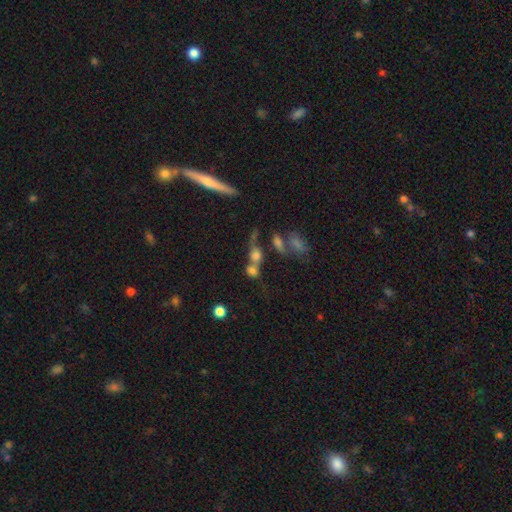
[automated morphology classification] Smooth or featured?
  - smooth: 60% *
  - featured or disk: 23%
  - star or artifact: 17%
How rounded?
  - round: 51% *
  - in between: 40%
  - cigar-shaped: 8%
Merging?
  - merger: 54% *
  - none: 26%
  - major disturbance: 10%
  - minor disturbance: 9%